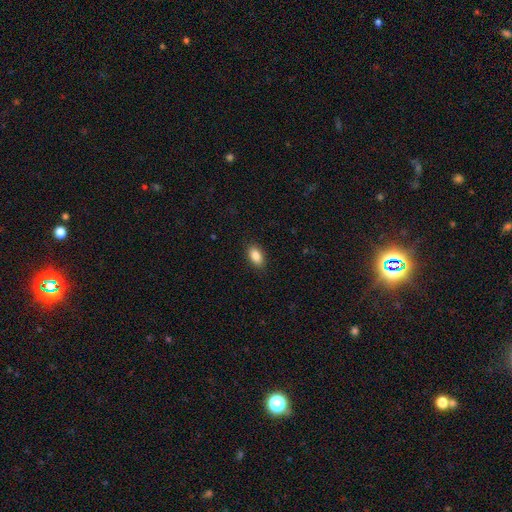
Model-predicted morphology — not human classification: Smooth or featured? smooth (87%)
How rounded? in between (91%)
Merging? none (89%)